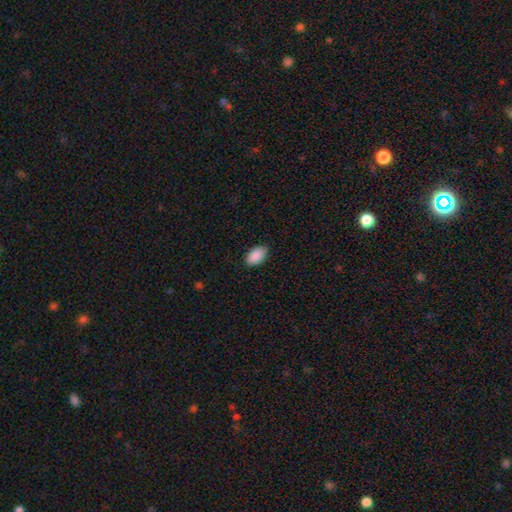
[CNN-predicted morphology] Smooth or featured? Predicted: smooth (p=0.91). How rounded? Predicted: in between (p=0.93). Merging? Predicted: none (p=0.86).